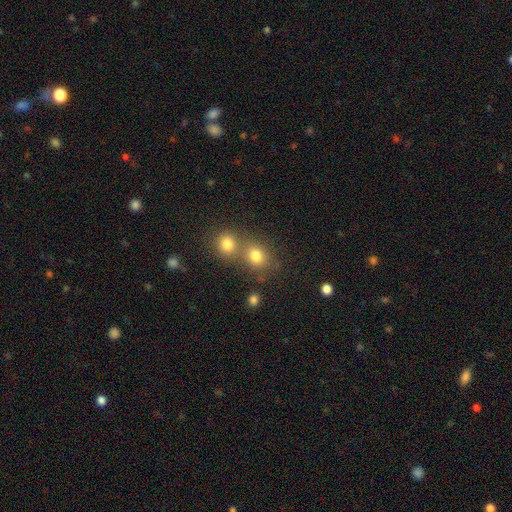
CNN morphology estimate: Smooth or featured? Predicted: smooth (p=0.78). How rounded? Predicted: round (p=0.68). Merging? Predicted: none (p=0.48).